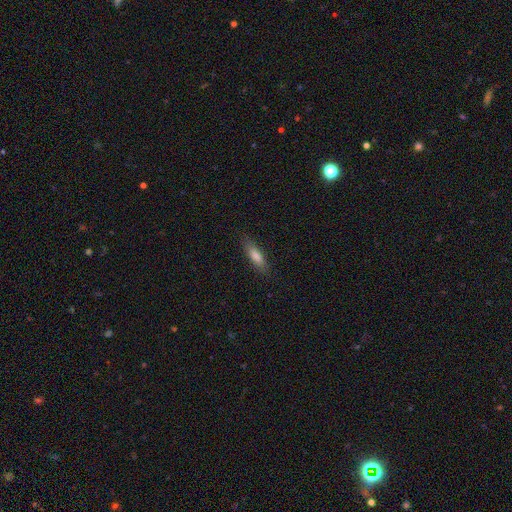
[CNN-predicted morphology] Smooth or featured?
  - smooth: 73% *
  - featured or disk: 19%
  - star or artifact: 8%
How rounded?
  - cigar-shaped: 63% *
  - in between: 35%
  - round: 2%
Merging?
  - none: 84% *
  - minor disturbance: 12%
  - major disturbance: 3%
  - merger: 1%